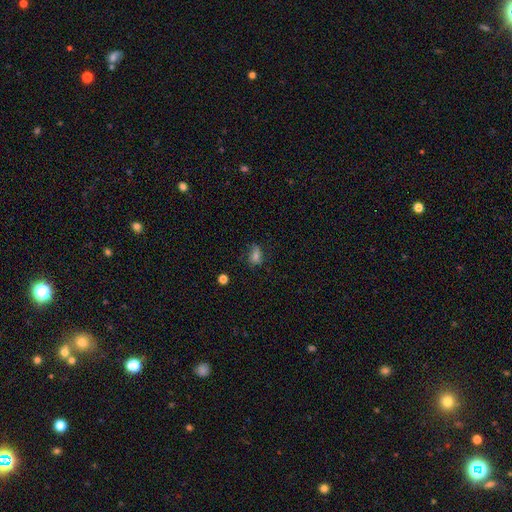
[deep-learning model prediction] Overall: smooth (63%). How rounded: in between (72%). Merging: none (56%; minor disturbance 27%).